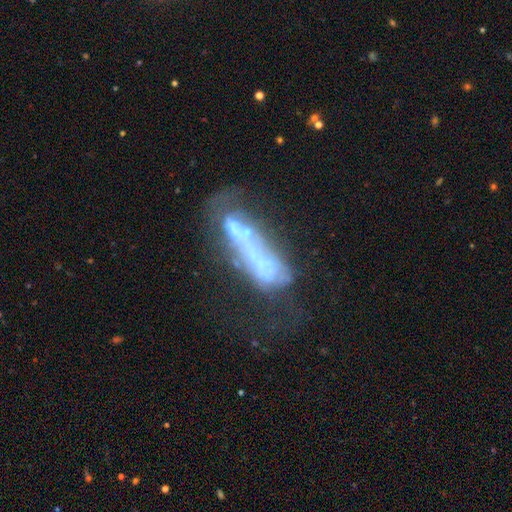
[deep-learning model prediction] Smooth or featured? Predicted: featured or disk (p=0.59). Edge-on disk? Predicted: no (p=0.73). Merging? Predicted: major disturbance (p=0.34).